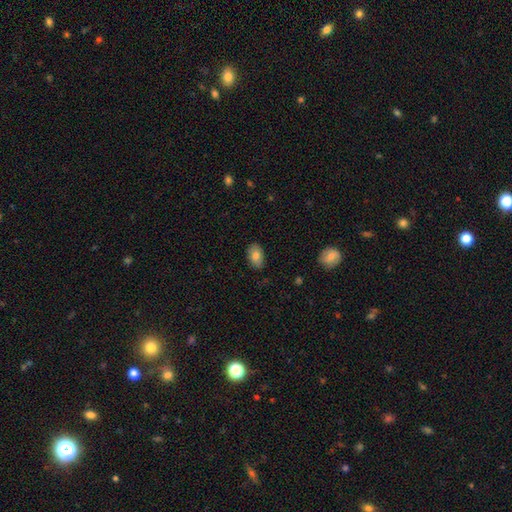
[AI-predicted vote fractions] Smooth or featured?
  - smooth: 78% *
  - featured or disk: 14%
  - star or artifact: 7%
How rounded?
  - in between: 90% *
  - round: 8%
  - cigar-shaped: 1%
Merging?
  - none: 84% *
  - minor disturbance: 13%
  - major disturbance: 2%
  - merger: 1%